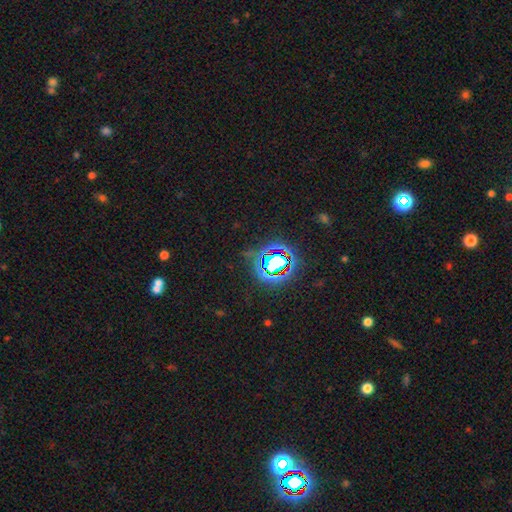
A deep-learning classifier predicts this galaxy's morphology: The model was most divided on "smooth or featured": star or artifact: 79%, smooth: 13%, featured or disk: 8%.